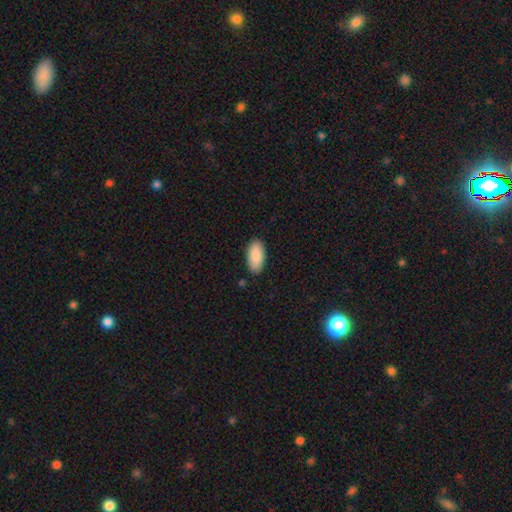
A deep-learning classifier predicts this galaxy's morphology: smooth-or-featured: smooth: 90% | star or artifact: 6% | featured or disk: 5%
  how-rounded: in between: 94% | cigar-shaped: 4% | round: 2%
  merging: none: 87% | minor disturbance: 10% | major disturbance: 2% | merger: 1%